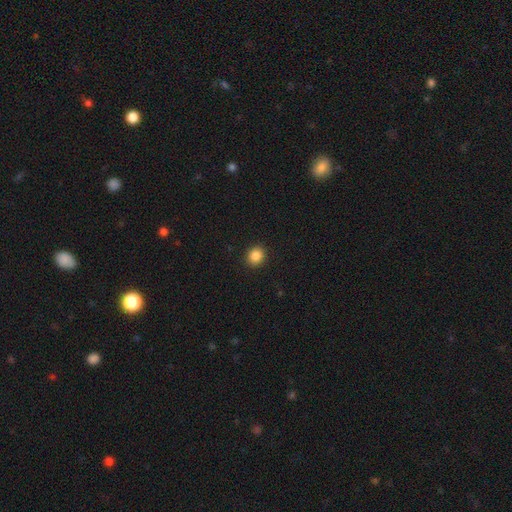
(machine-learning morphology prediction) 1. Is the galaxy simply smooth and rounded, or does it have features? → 86% smooth, 10% star or artifact, 4% featured or disk.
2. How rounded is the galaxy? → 82% round, 17% in between, 1% cigar-shaped.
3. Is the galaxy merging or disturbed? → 92% none, 5% minor disturbance, 2% major disturbance, 1% merger.